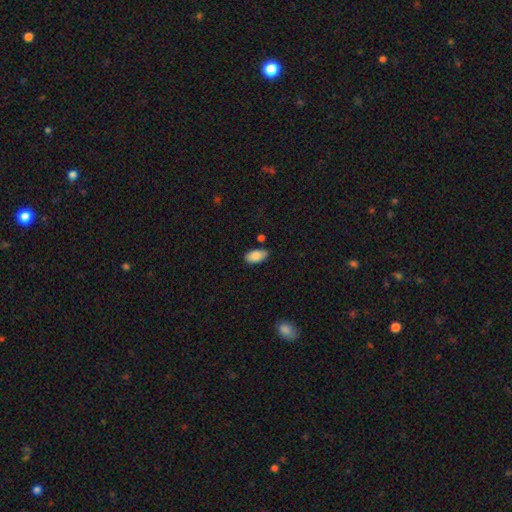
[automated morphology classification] Smooth or featured?
  - smooth: 87% *
  - star or artifact: 7%
  - featured or disk: 6%
How rounded?
  - in between: 95% *
  - round: 3%
  - cigar-shaped: 2%
Merging?
  - none: 76% *
  - minor disturbance: 17%
  - merger: 4%
  - major disturbance: 3%